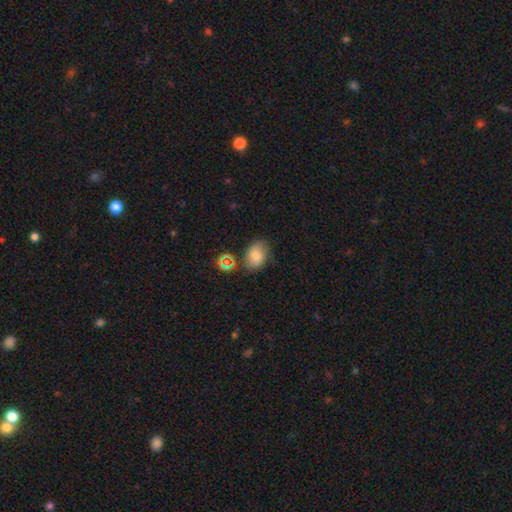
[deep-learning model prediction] smooth-or-featured: smooth: 71% | featured or disk: 15% | star or artifact: 14%
  how-rounded: in between: 70% | round: 29% | cigar-shaped: 1%
  merging: none: 68% | minor disturbance: 21% | major disturbance: 6% | merger: 5%